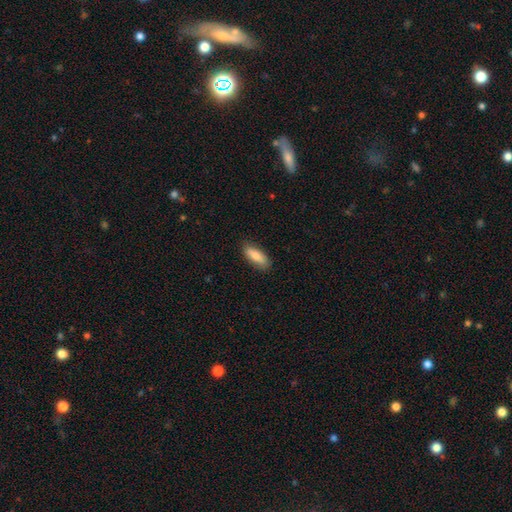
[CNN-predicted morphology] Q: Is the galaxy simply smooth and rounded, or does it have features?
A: smooth — 81%.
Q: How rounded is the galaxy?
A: in between — 71%.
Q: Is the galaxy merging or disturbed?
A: none — 85%.